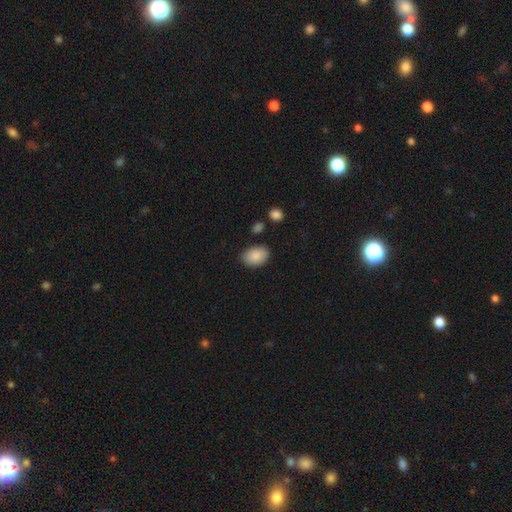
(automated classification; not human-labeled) smooth_or_featured: smooth (p=0.88) [alt: star or artifact p=0.07]
how_rounded: in between (p=0.86) [alt: round p=0.13]
merging: none (p=0.83) [alt: minor disturbance p=0.12]